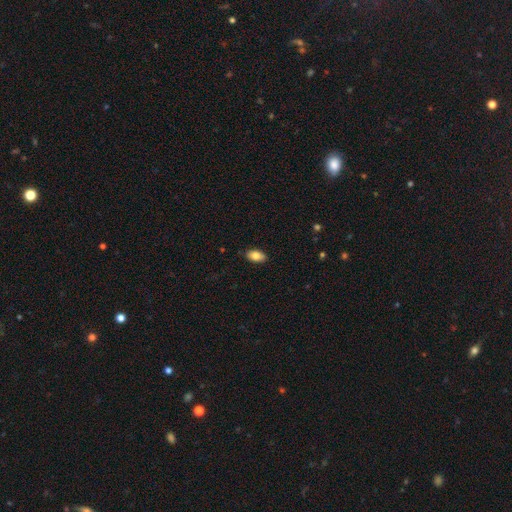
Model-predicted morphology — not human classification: A smooth galaxy with no disk features (83%) that is in between round and cigar-shaped (93%).

Vote fractions:
- Smooth or featured? smooth: 83% / featured or disk: 10% / star or artifact: 7%
- How rounded? in between: 93% / round: 5% / cigar-shaped: 3%
- Merging? none: 88% / minor disturbance: 10% / major disturbance: 2% / merger: 1%